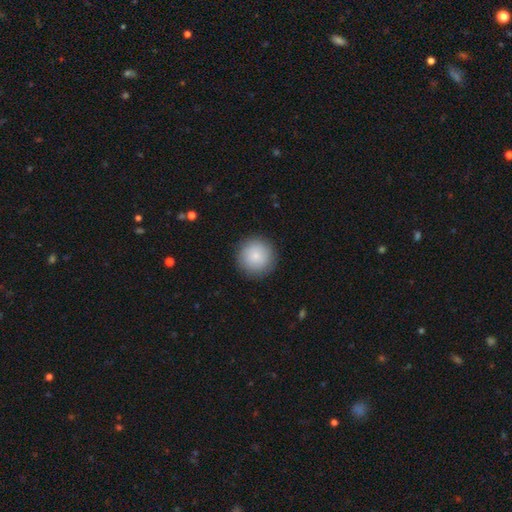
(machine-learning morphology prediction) smooth-or-featured: smooth: 84% | featured or disk: 9% | star or artifact: 7%
  how-rounded: round: 96% | in between: 3% | cigar-shaped: 1%
  merging: none: 90% | minor disturbance: 7% | major disturbance: 2% | merger: 1%